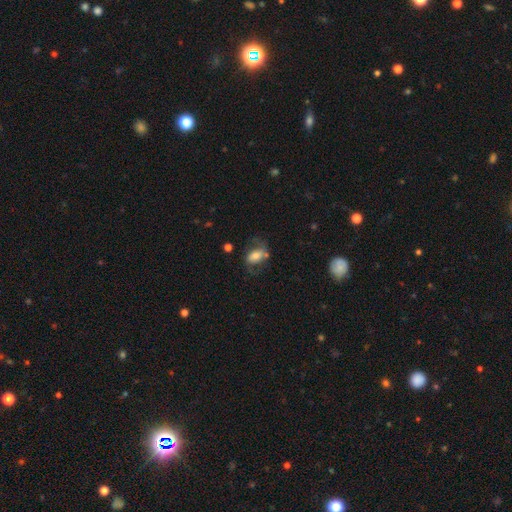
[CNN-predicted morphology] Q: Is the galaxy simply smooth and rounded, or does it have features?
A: featured or disk — 49%.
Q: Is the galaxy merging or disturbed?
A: none — 57%.